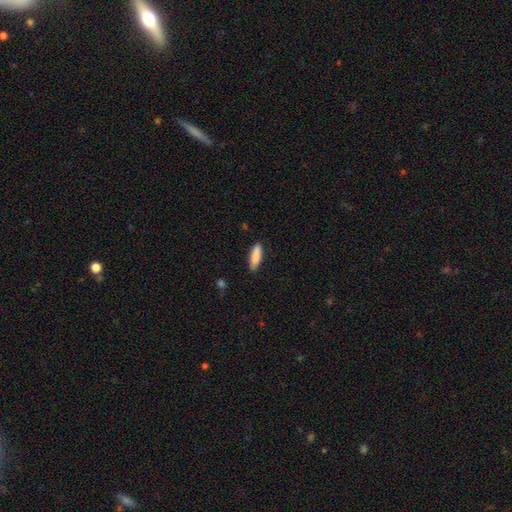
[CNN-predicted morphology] smooth-or-featured: smooth: 88% | featured or disk: 6% | star or artifact: 6%
  how-rounded: cigar-shaped: 53% | in between: 46% | round: 2%
  merging: none: 85% | minor disturbance: 11% | major disturbance: 2% | merger: 1%